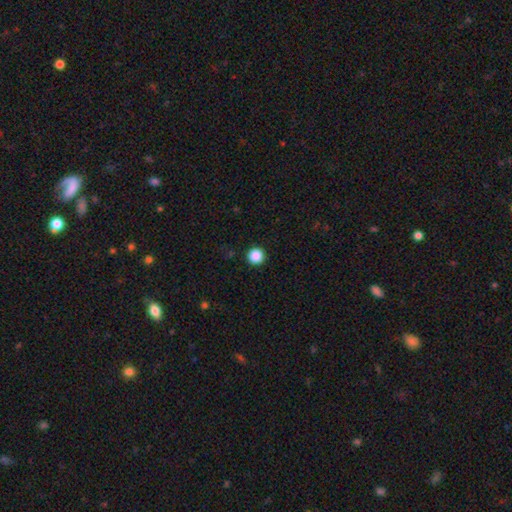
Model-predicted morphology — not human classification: A smooth galaxy with no disk features (87%) that is round (97%). Merging: none (93%).